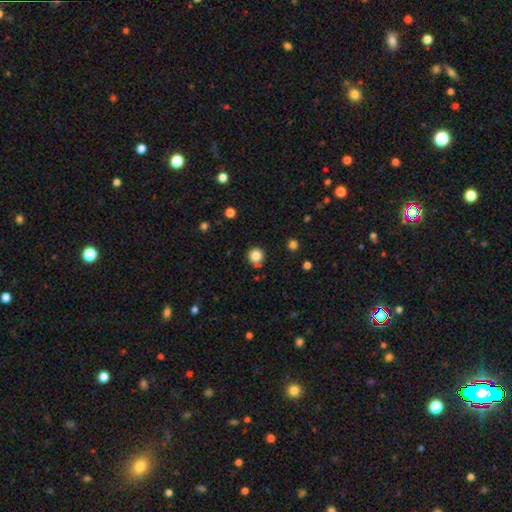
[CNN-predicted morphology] type=smooth (83%); roundness=round (92%); merging=none (78%).